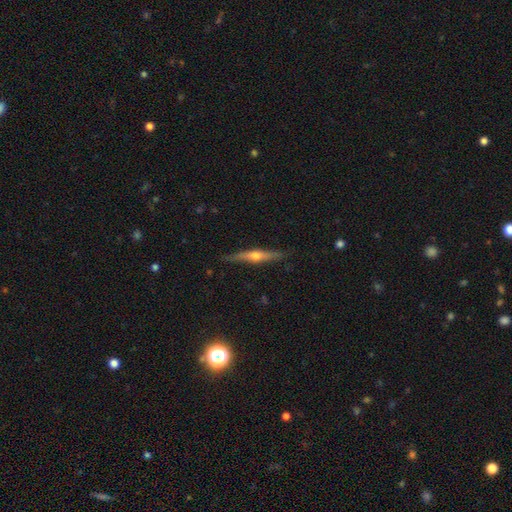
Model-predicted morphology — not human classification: Smooth or featured: featured or disk — 67% (smooth — 26%)
Edge-on disk: yes — 97% (no — 3%)
Edge-on bulge: rounded — 90% (none — 6%)
Merging: none — 86% (minor disturbance — 11%)